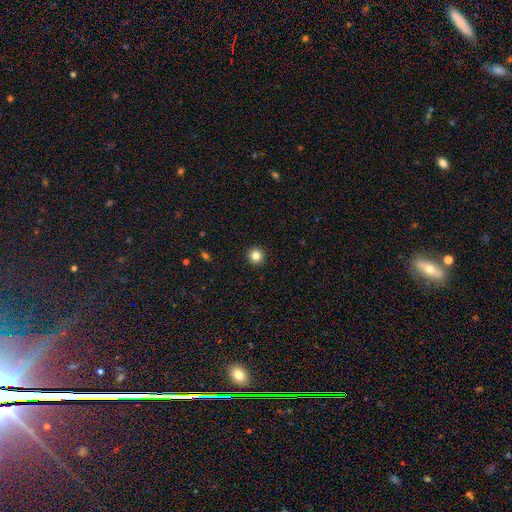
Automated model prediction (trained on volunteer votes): Smooth or featured: smooth — 83% (star or artifact — 12%)
How rounded: round — 96% (in between — 3%)
Merging: none — 94% (minor disturbance — 4%)